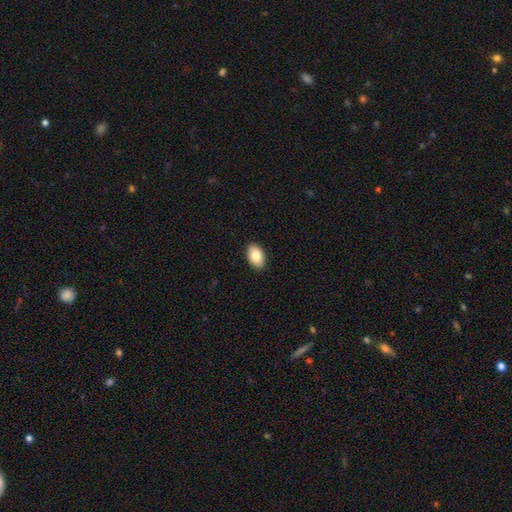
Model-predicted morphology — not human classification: smooth 87%, star or artifact 7%, featured or disk 6%. Down the decision tree: how rounded — in between (93%); merging — none (91%).